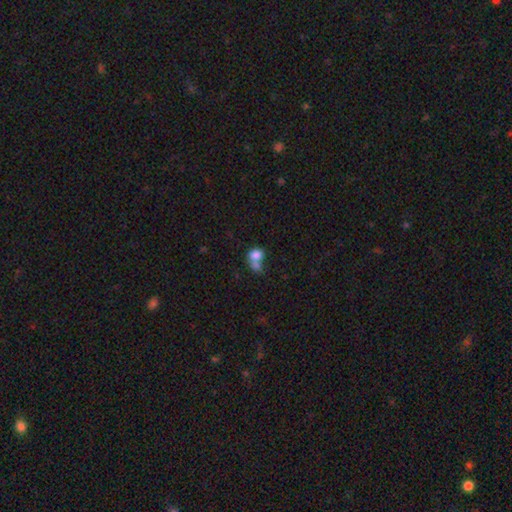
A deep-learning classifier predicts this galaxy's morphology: Smooth or featured: smooth — 78% (featured or disk — 12%)
How rounded: in between — 53% (round — 46%)
Merging: merger — 60% (none — 23%)